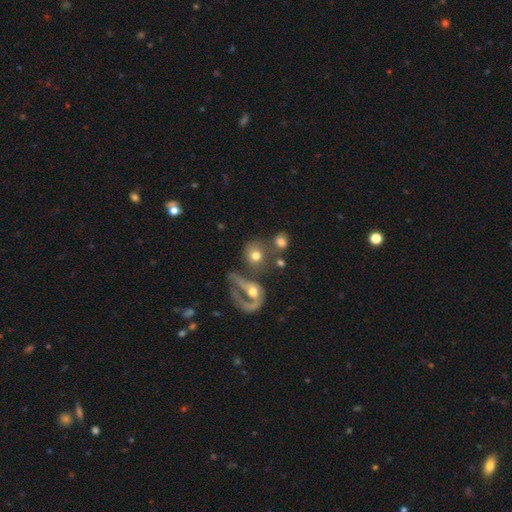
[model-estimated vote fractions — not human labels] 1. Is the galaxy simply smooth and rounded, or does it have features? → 62% smooth, 28% featured or disk, 10% star or artifact.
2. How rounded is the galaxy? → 74% round, 25% in between, 1% cigar-shaped.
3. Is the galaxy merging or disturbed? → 42% merger, 29% none, 18% major disturbance, 11% minor disturbance.